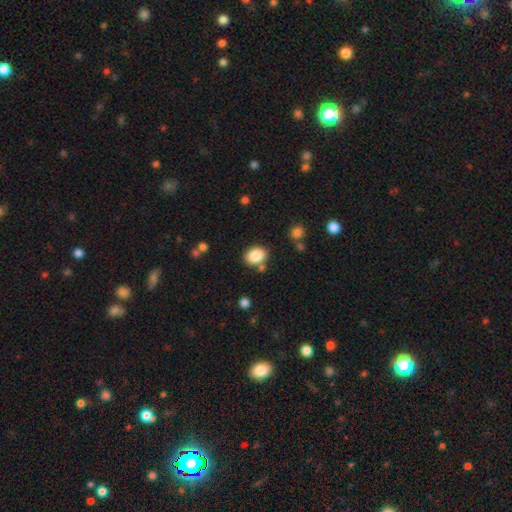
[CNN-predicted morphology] Smooth or featured? Predicted: smooth (p=0.86). How rounded? Predicted: in between (p=0.65). Merging? Predicted: none (p=0.78).